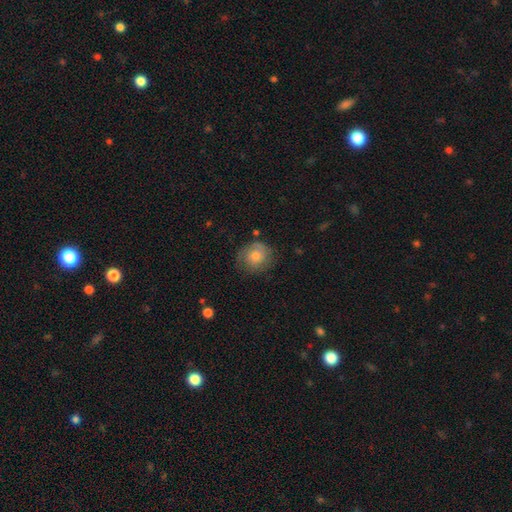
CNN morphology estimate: Q: Smooth or featured?
A: smooth (57%); runner-up: featured or disk (33%)
Q: How rounded?
A: round (78%); runner-up: in between (21%)
Q: Merging?
A: none (70%); runner-up: minor disturbance (21%)